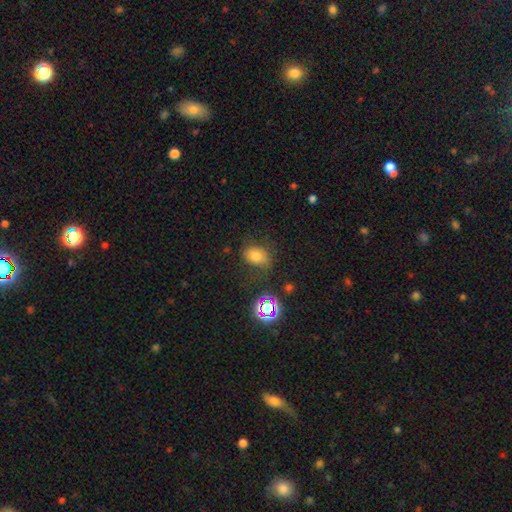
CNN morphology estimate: Q: Smooth or featured?
A: smooth (69%); runner-up: star or artifact (19%)
Q: How rounded?
A: in between (71%); runner-up: round (27%)
Q: Merging?
A: none (60%); runner-up: minor disturbance (24%)